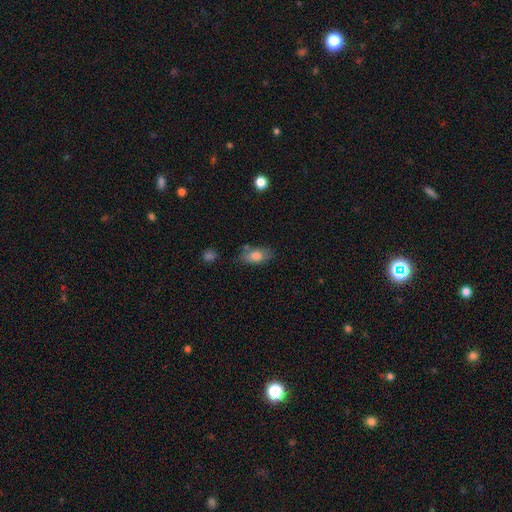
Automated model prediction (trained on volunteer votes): smooth 80%, featured or disk 13%, star or artifact 8%. Down the decision tree: how rounded — in between (89%); merging — none (71%).